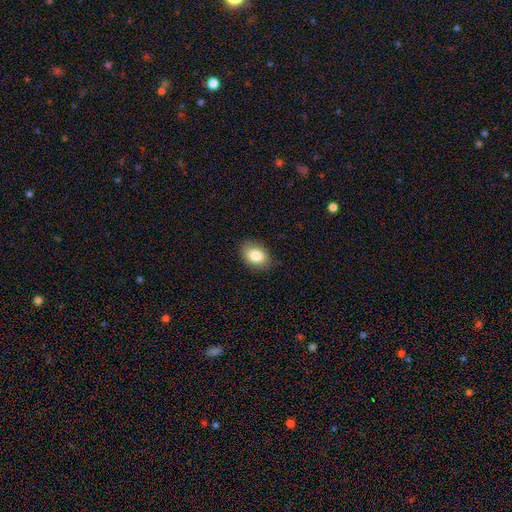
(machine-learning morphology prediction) Overall: smooth (83%). How rounded: in between (79%). Merging: none (85%).